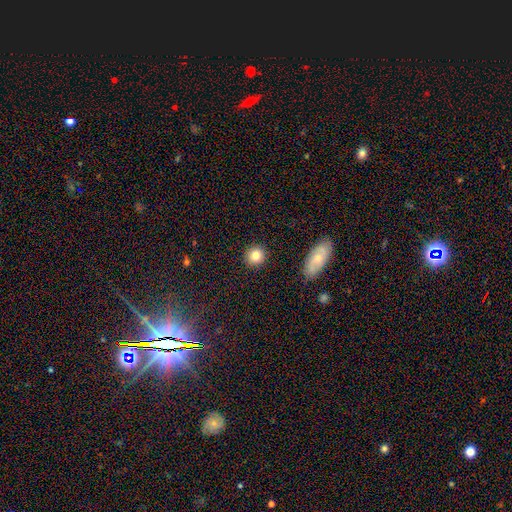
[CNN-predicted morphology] A smooth galaxy with no disk features (82%) that is round (89%).

Vote fractions:
- Smooth or featured? smooth: 82% / star or artifact: 9% / featured or disk: 9%
- How rounded? round: 89% / in between: 10% / cigar-shaped: 1%
- Merging? none: 90% / minor disturbance: 6% / major disturbance: 2% / merger: 2%